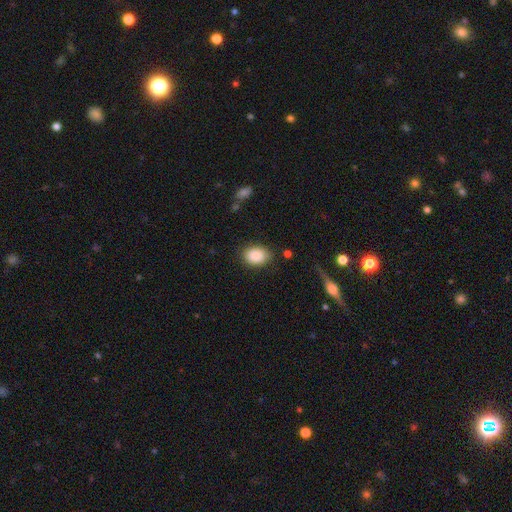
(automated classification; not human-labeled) The model was most divided on "how rounded": in between: 69%, round: 30%, cigar-shaped: 1%. More confident: smooth or featured — smooth (87%); merging — none (79%).